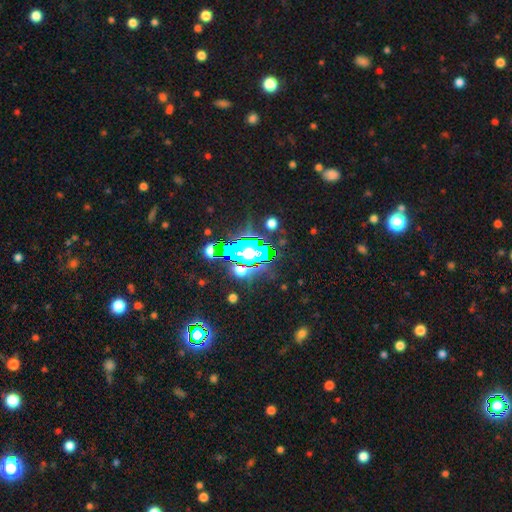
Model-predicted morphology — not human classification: Smooth or featured? star or artifact (73%)